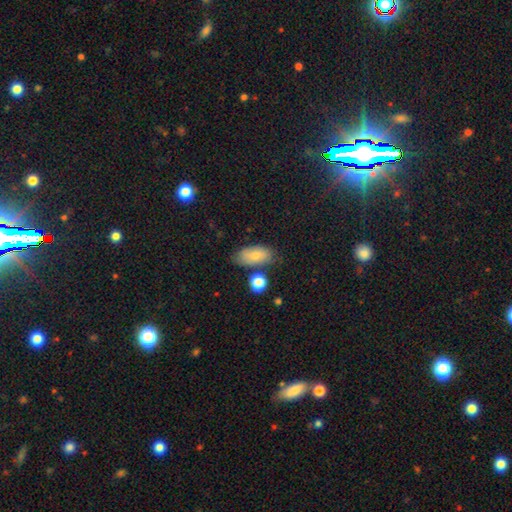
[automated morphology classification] type=smooth (78%); roundness=in between (89%); merging=none (68%).